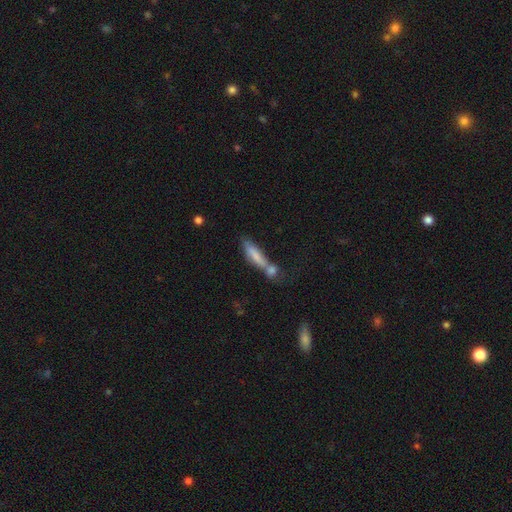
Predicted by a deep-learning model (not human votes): This is likely a smooth galaxy (69%). How rounded: likely cigar-shaped (74%). Merging: marginally merger (44%).